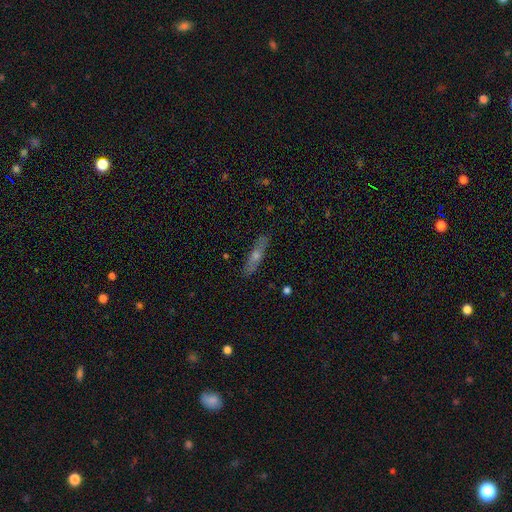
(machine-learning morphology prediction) type=featured or disk (53%); edge-on=yes (83%); merging=none (87%).